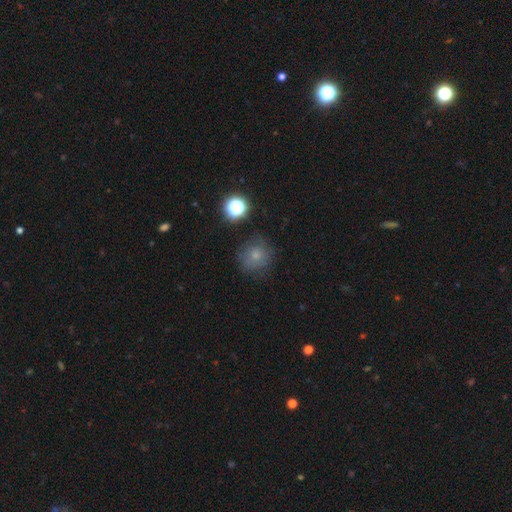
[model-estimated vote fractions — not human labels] Smooth or featured? smooth (74%)
How rounded? round (87%)
Merging? none (74%)